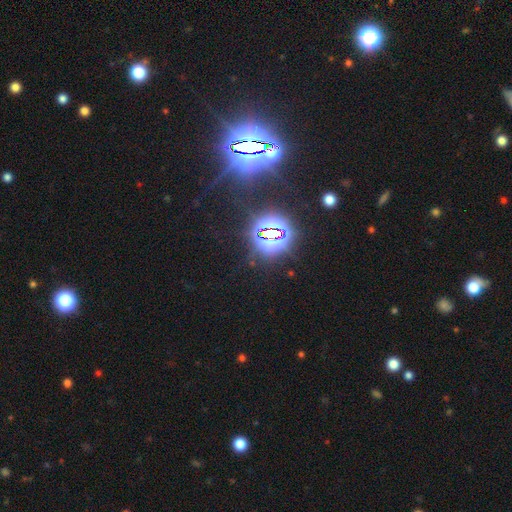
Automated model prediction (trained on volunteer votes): Overall: star or artifact (82%).